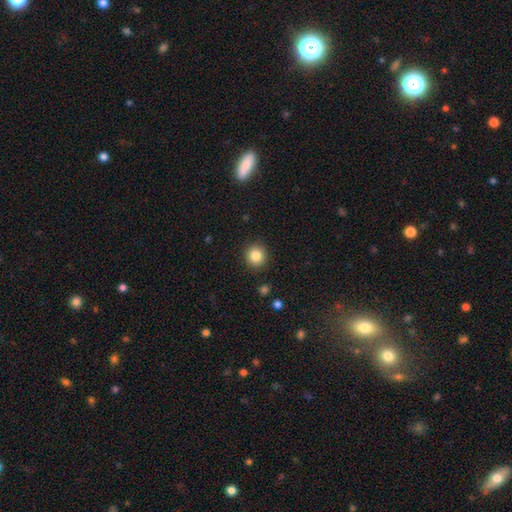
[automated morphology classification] type=smooth (84%); roundness=round (92%); merging=none (91%).